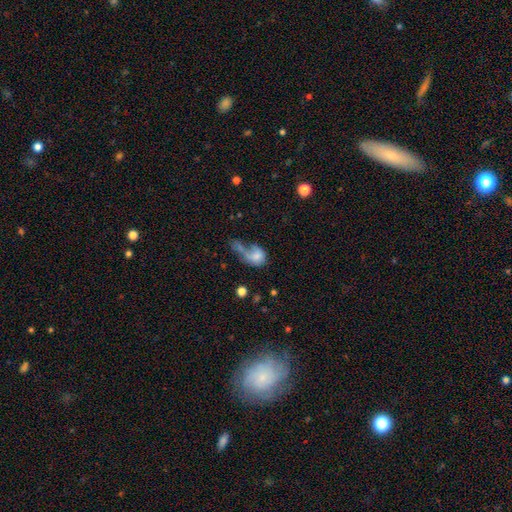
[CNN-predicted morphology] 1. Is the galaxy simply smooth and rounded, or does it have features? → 60% smooth, 30% featured or disk, 10% star or artifact.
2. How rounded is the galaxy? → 61% in between, 36% round, 3% cigar-shaped.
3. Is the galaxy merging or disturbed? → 45% major disturbance, 24% merger, 17% none, 14% minor disturbance.